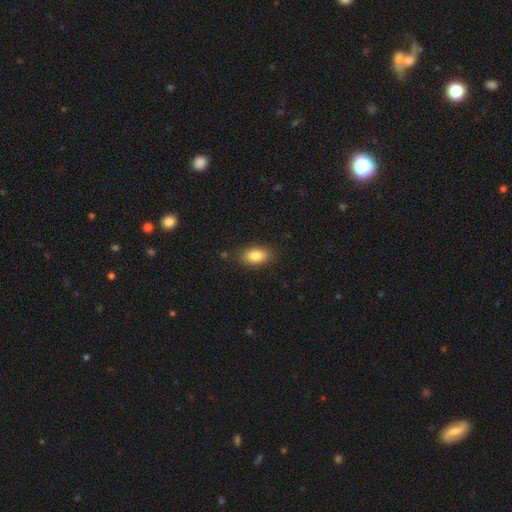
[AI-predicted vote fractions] smooth-or-featured: smooth: 84% | star or artifact: 8% | featured or disk: 8%
  how-rounded: in between: 89% | round: 9% | cigar-shaped: 2%
  merging: none: 85% | minor disturbance: 11% | major disturbance: 3% | merger: 1%